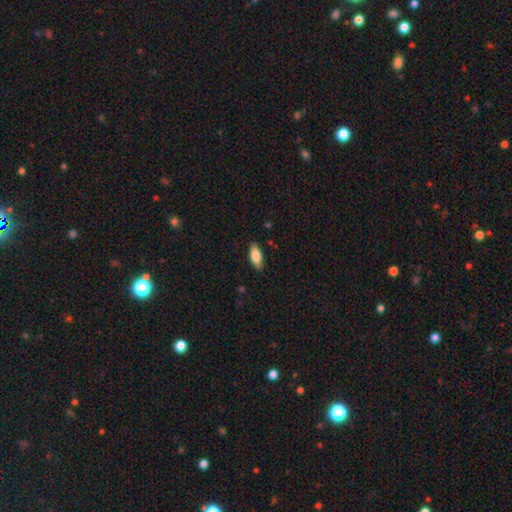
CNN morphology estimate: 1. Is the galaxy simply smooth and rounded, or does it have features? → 79% smooth, 14% featured or disk, 6% star or artifact.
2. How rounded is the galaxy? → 82% in between, 15% cigar-shaped, 2% round.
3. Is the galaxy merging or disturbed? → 86% none, 11% minor disturbance, 2% major disturbance, 1% merger.